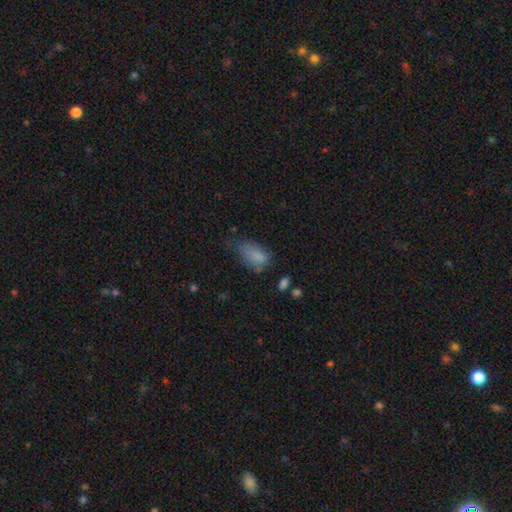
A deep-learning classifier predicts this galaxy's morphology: type=smooth (79%); roundness=in between (89%); merging=minor disturbance (39%).